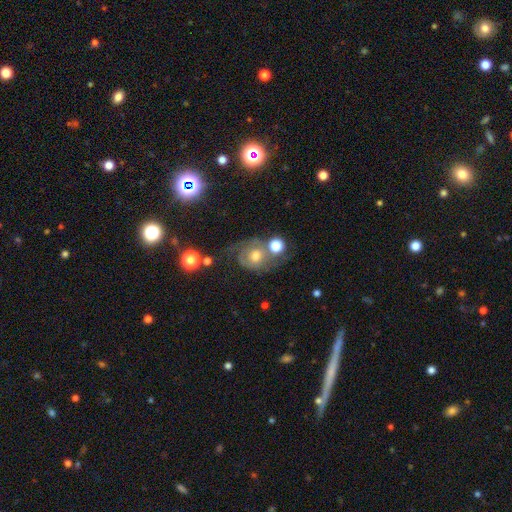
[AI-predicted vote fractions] Smooth or featured? Predicted: featured or disk (p=0.49). Merging? Predicted: none (p=0.38).